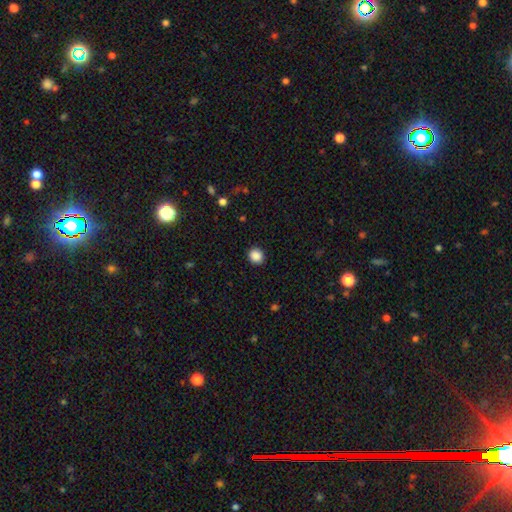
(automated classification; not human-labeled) smooth_or_featured: smooth (p=0.88) [alt: star or artifact p=0.10]
how_rounded: round (p=0.84) [alt: in between p=0.15]
merging: none (p=0.92) [alt: minor disturbance p=0.05]